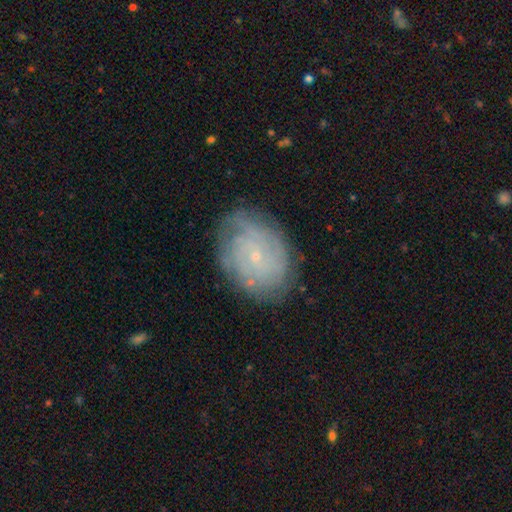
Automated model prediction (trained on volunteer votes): featured or disk 71%, smooth 21%, star or artifact 9%. Down the decision tree: edge-on disk — no (97%); bar — no (78%); spiral arms — yes (88%); spiral arm count — can't tell (51%); spiral winding — tight (71%); bulge size — small (86%); merging — none (76%).